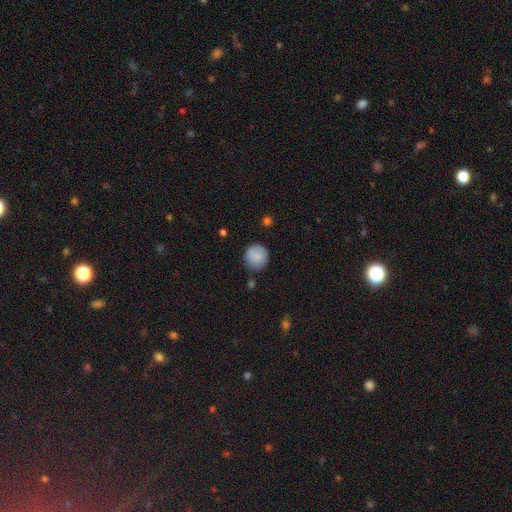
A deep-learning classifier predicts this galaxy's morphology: Overall: smooth (86%). How rounded: round (92%). Merging: none (80%).